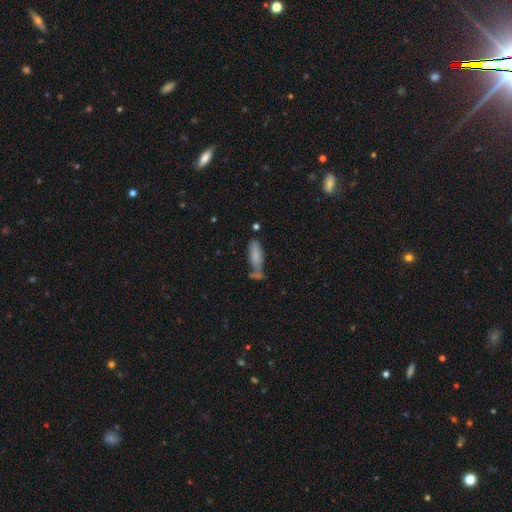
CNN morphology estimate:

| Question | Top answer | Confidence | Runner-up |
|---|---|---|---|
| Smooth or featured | smooth | 79% | featured or disk (13%) |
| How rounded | in between | 52% | cigar-shaped (46%) |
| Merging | none | 46% | merger (25%) |